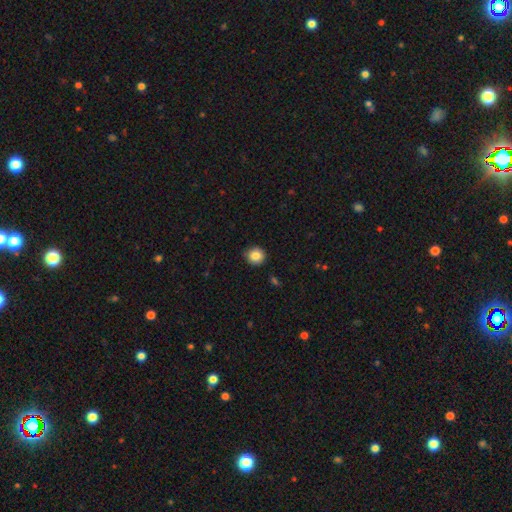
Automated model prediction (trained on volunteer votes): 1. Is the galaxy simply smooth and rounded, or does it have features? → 85% smooth, 10% star or artifact, 5% featured or disk.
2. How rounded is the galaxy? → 91% round, 8% in between, 1% cigar-shaped.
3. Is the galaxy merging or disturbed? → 89% none, 8% minor disturbance, 2% major disturbance, 1% merger.